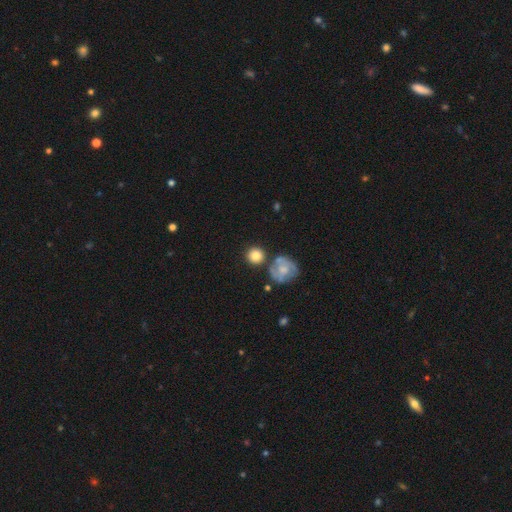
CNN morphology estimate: type=smooth (80%); roundness=round (92%); merging=none (72%).